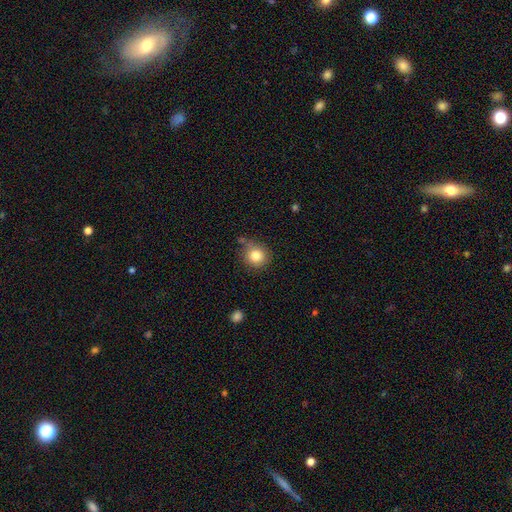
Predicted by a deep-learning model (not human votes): smooth-or-featured: smooth: 82% | star or artifact: 11% | featured or disk: 7%
  how-rounded: round: 89% | in between: 10% | cigar-shaped: 1%
  merging: none: 73% | minor disturbance: 16% | merger: 6% | major disturbance: 4%